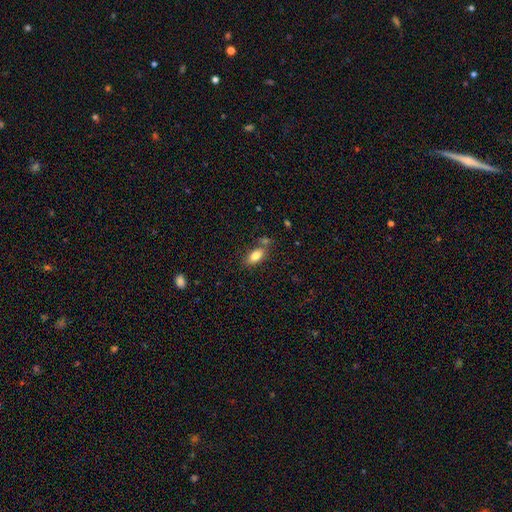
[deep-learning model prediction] Q: Smooth or featured?
A: smooth (80%); runner-up: featured or disk (12%)
Q: How rounded?
A: in between (89%); runner-up: cigar-shaped (7%)
Q: Merging?
A: none (66%); runner-up: merger (15%)